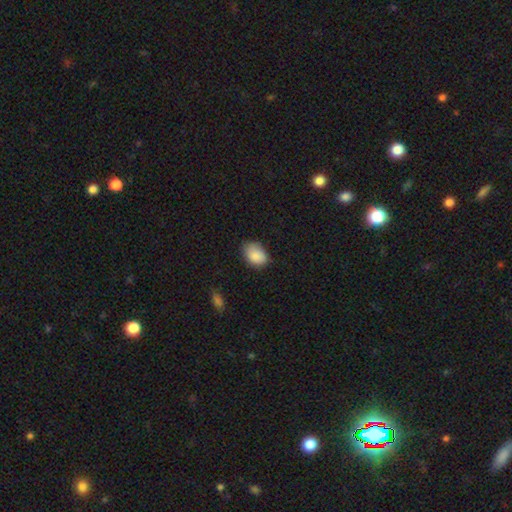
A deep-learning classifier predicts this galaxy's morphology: Smooth or featured: smooth — 86% (star or artifact — 8%)
How rounded: in between — 77% (round — 22%)
Merging: none — 68% (minor disturbance — 26%)